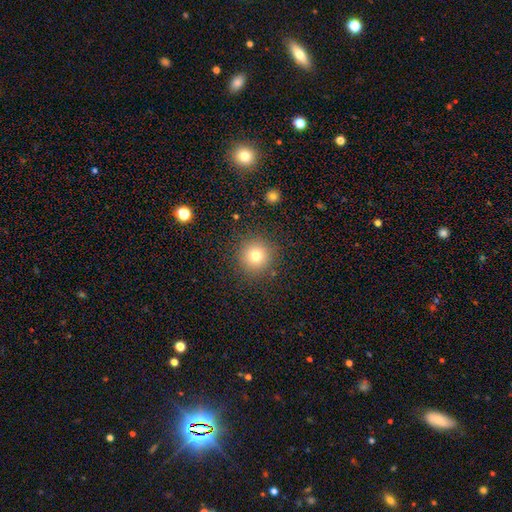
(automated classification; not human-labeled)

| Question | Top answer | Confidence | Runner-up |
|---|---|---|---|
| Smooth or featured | smooth | 77% | star or artifact (14%) |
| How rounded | round | 95% | in between (4%) |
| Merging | none | 89% | minor disturbance (7%) |